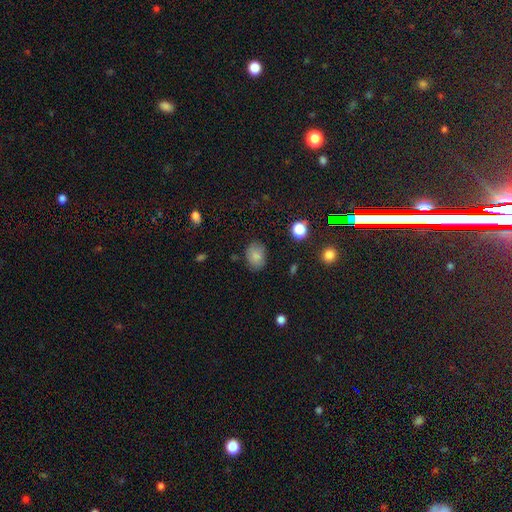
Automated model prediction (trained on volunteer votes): Smooth or featured? smooth (83%)
How rounded? in between (68%)
Merging? none (81%)